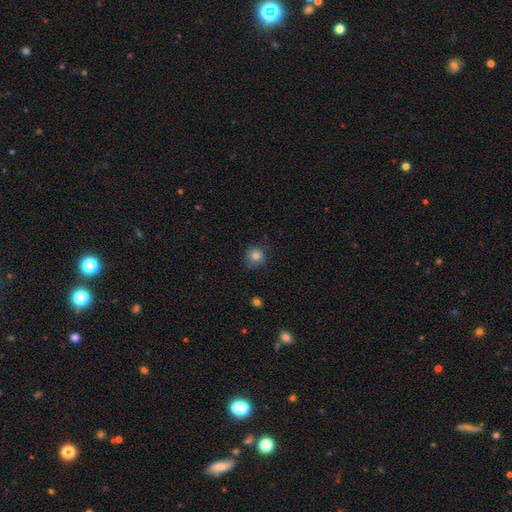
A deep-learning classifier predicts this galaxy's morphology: A smooth galaxy with no disk features (83%) that is round (89%). Merging: none (81%).